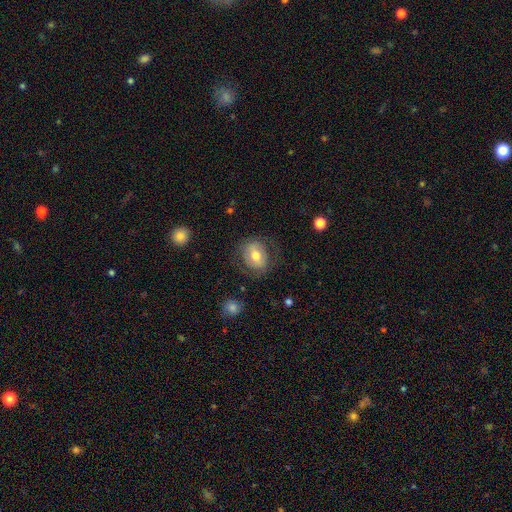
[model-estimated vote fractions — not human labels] A smooth galaxy with no disk features (54%) that is round (51%).

Vote fractions:
- Smooth or featured? smooth: 54% / featured or disk: 39% / star or artifact: 7%
- How rounded? round: 51% / in between: 48% / cigar-shaped: 1%
- Merging? none: 69% / minor disturbance: 18% / major disturbance: 12% / merger: 2%